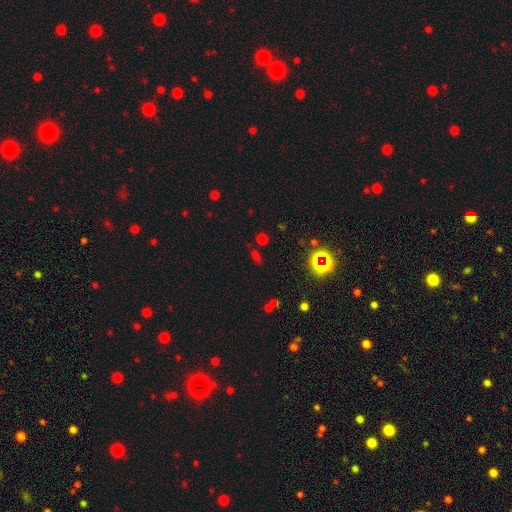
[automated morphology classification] smooth-or-featured: star or artifact: 50% | smooth: 41% | featured or disk: 9%